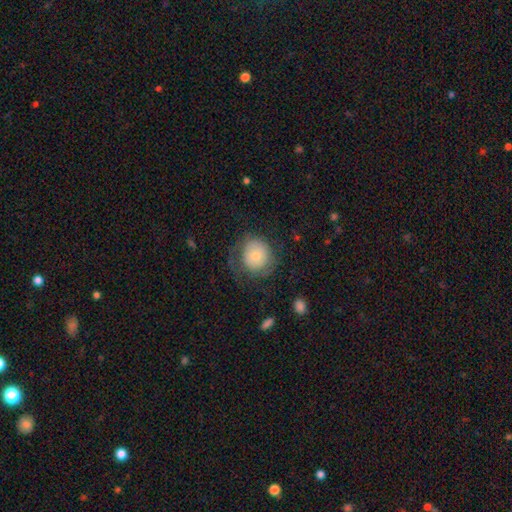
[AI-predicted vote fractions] This is likely a smooth galaxy (65%). How rounded: clearly round (84%). Merging: possibly none (55%).